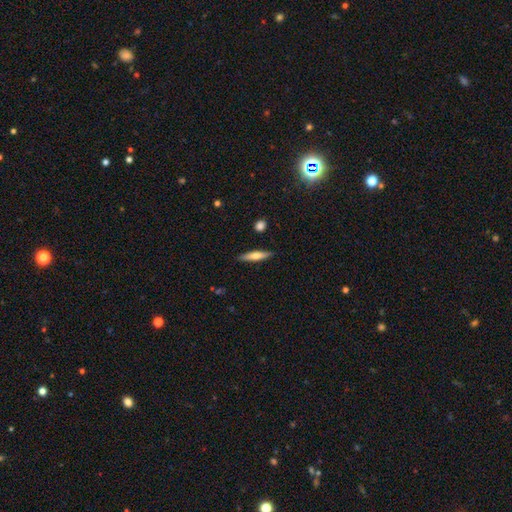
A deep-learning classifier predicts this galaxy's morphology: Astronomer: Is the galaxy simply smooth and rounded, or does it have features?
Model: smooth — 56% (runner-up: featured or disk, 37%).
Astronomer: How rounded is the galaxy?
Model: cigar-shaped — 83%.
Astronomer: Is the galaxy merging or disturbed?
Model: none — 88%.